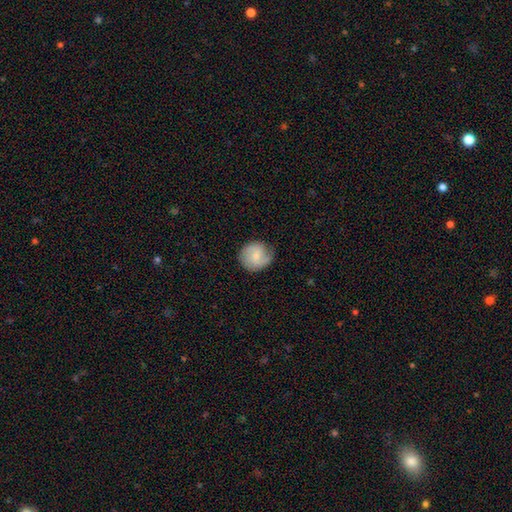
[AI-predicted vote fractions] This appears to be a smooth galaxy with no disk features (49%). Merging: none (69%).